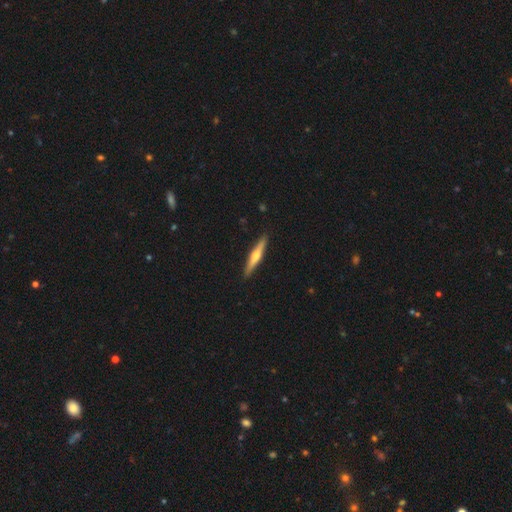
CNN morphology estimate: smooth-or-featured: featured or disk: 64% | smooth: 31% | star or artifact: 5%
  disk-edge-on: yes: 98% | no: 2%
    edge-on-bulge: rounded: 90% | none: 5% | boxy: 4%
  merging: none: 92% | minor disturbance: 6% | major disturbance: 1% | merger: 1%